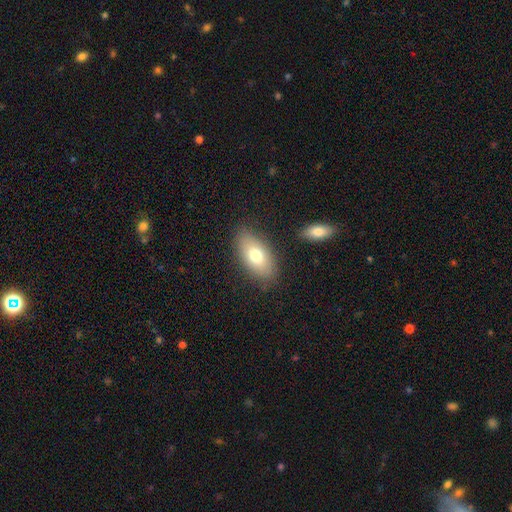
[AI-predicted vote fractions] Smooth or featured? smooth (74%)
How rounded? in between (91%)
Merging? none (81%)